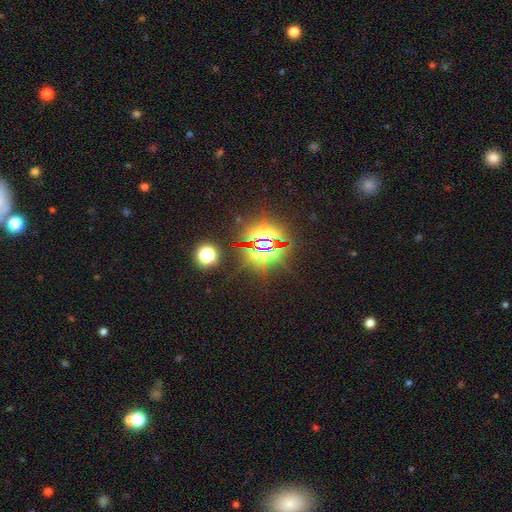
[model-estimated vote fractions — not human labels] This is clearly a star or artifact rather than a galaxy (81%).